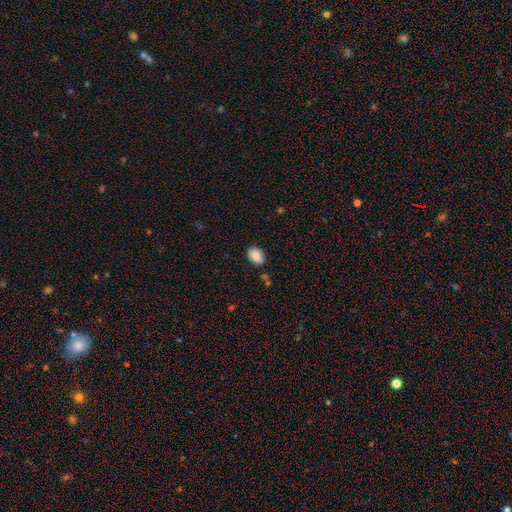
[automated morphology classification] A smooth galaxy with no disk features (89%) that is in between round and cigar-shaped (86%). Merging: none (82%).